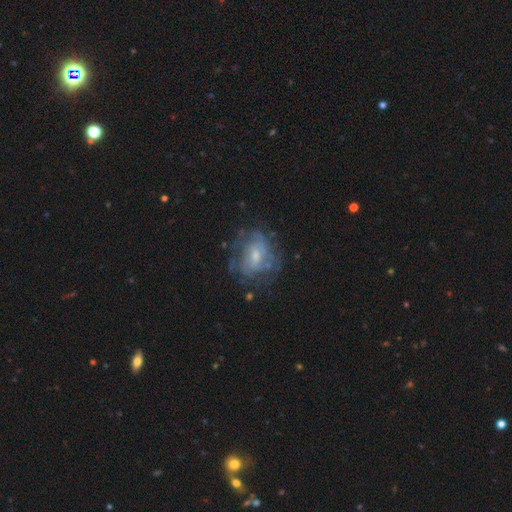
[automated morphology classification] This appears to be a featured or disk galaxy (67%) with no bar (51%), spiral arms (63%) and a moderate central bulge (46%). Merging: none (58%).